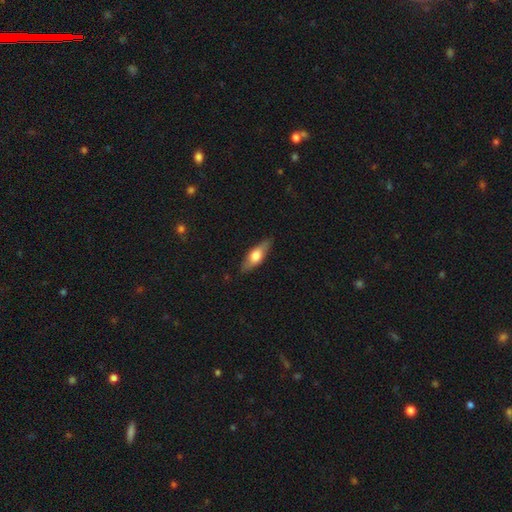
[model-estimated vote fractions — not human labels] Q: Smooth or featured?
A: smooth (55%); runner-up: featured or disk (40%)
Q: How rounded?
A: in between (59%); runner-up: cigar-shaped (38%)
Q: Merging?
A: none (83%); runner-up: minor disturbance (13%)